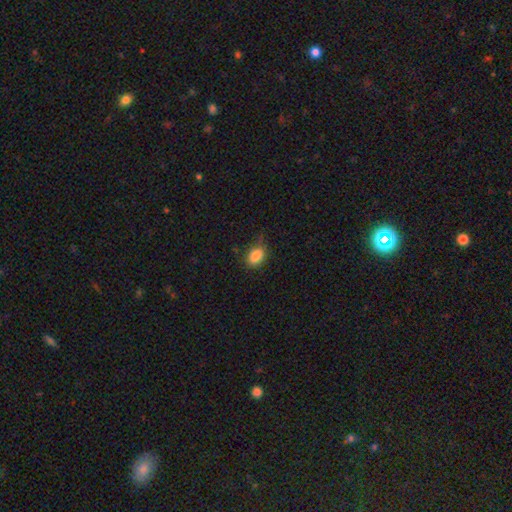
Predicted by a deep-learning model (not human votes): A smooth galaxy with no disk features (84%) that is in between round and cigar-shaped (74%).

Vote fractions:
- Smooth or featured? smooth: 84% / star or artifact: 10% / featured or disk: 6%
- How rounded? in between: 74% / round: 25% / cigar-shaped: 2%
- Merging? none: 68% / minor disturbance: 24% / major disturbance: 6% / merger: 2%